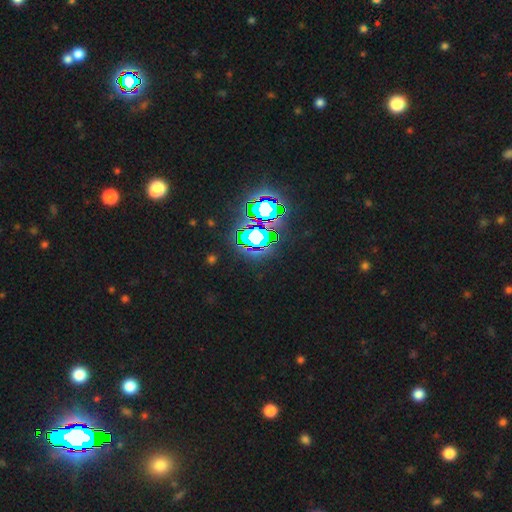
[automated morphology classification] A star or artifact, not a galaxy (82%).

Vote fractions:
- Smooth or featured? star or artifact: 82% / smooth: 11% / featured or disk: 7%